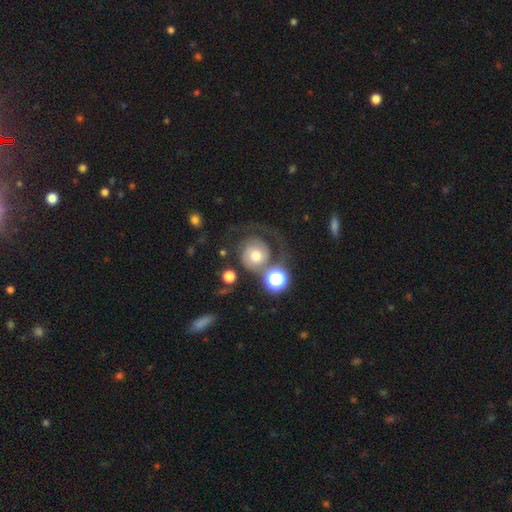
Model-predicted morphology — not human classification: Smooth or featured? featured or disk (55%)
Edge-on disk? no (97%)
Bar? no (78%)
Spiral arms? yes (82%)
Bulge size? moderate (61%)
Merging? none (42%)